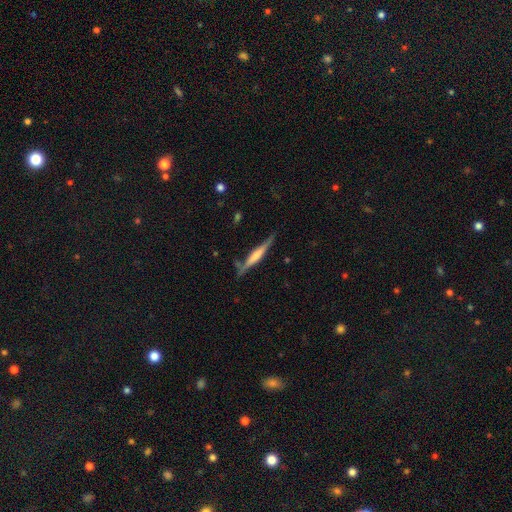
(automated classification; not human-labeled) The model was most divided on "edge-on bulge": boxy: 42%, rounded: 35%, none: 23%. More confident: edge-on disk — yes (97%); merging — none (79%); smooth or featured — featured or disk (62%).